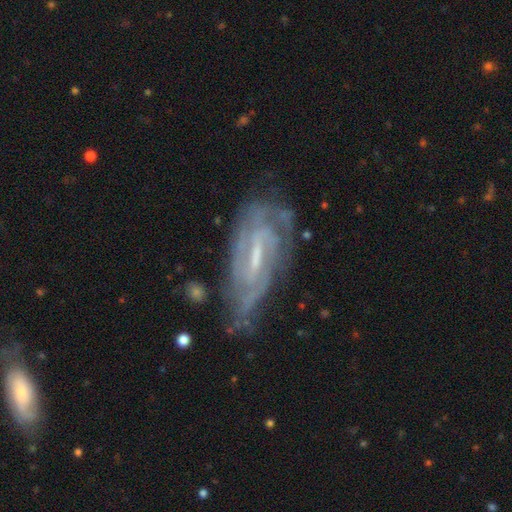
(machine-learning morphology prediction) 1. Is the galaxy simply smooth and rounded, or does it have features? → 86% featured or disk, 8% smooth, 7% star or artifact.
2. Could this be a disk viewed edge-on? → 91% no, 9% yes.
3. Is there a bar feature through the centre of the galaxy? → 46% weak, 38% strong, 15% no.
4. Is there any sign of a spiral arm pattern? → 94% yes, 6% no.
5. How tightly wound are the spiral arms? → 57% tight, 34% medium, 8% loose.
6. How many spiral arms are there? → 37% 2, 32% can't tell, 15% 3, 7% 4, 4% 1, 4% more than 4.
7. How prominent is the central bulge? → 54% small, 29% moderate, 14% none, 2% large, 1% dominant.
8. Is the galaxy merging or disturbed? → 61% none, 24% minor disturbance, 12% major disturbance, 3% merger.